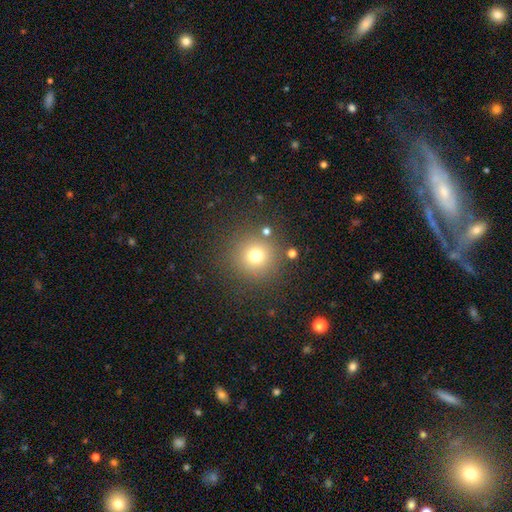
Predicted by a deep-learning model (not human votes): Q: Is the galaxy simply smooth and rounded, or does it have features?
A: smooth — 73%.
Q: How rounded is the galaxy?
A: round — 95%.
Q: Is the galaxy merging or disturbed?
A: none — 85%.